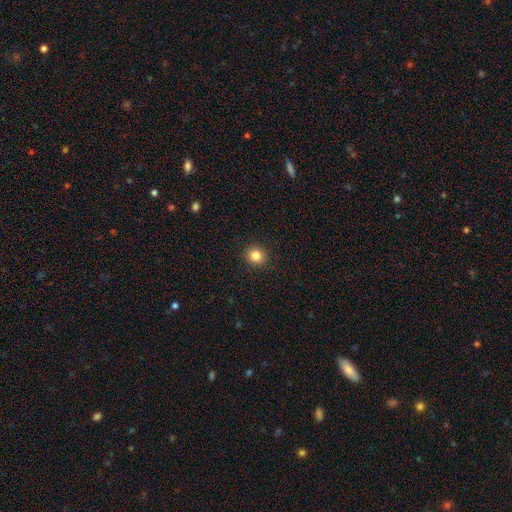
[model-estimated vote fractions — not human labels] The model was most divided on "smooth or featured": smooth: 84%, star or artifact: 11%, featured or disk: 5%. More confident: merging — none (92%); how rounded — round (90%).